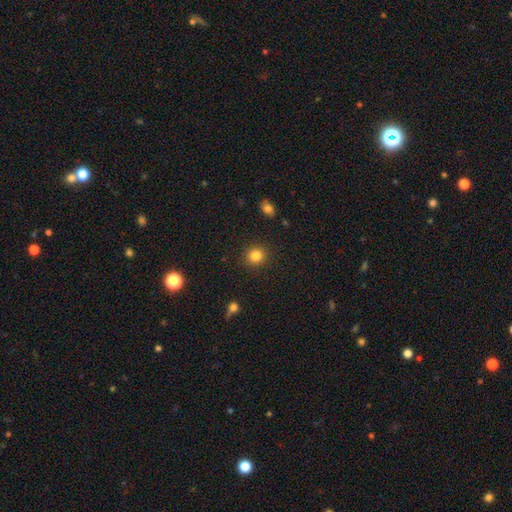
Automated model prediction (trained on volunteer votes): Smooth or featured: smooth — 84% (star or artifact — 11%)
How rounded: round — 88% (in between — 11%)
Merging: none — 91% (minor disturbance — 6%)